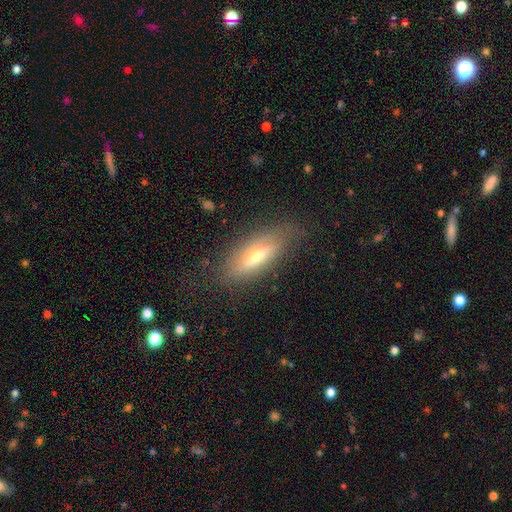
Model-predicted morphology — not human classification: smooth-or-featured: featured or disk: 49% | smooth: 43% | star or artifact: 8%
  merging: none: 78% | minor disturbance: 16% | major disturbance: 5% | merger: 1%